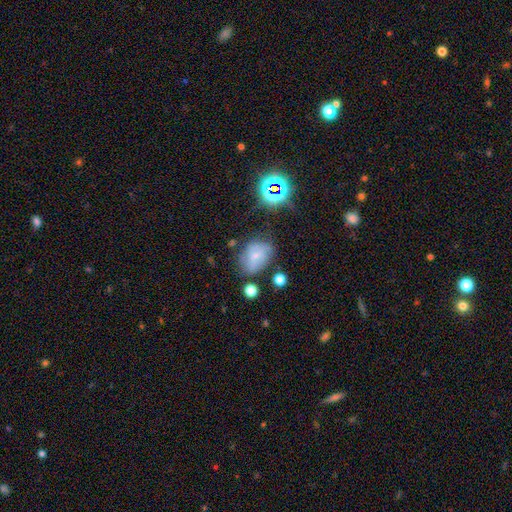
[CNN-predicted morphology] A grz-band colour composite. It shows a smooth galaxy with no disk features (52%) that is in between round and cigar-shaped (66%). Merging: none (56%).